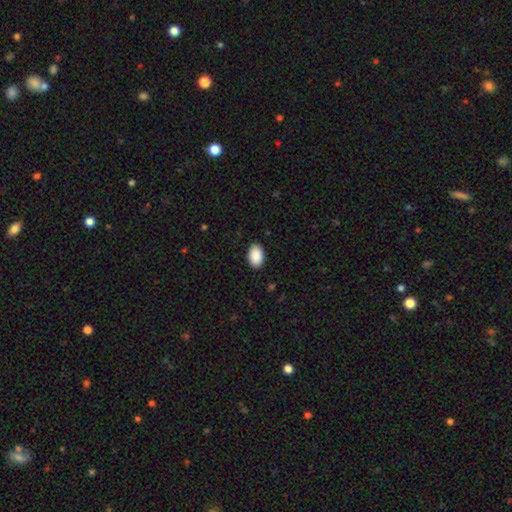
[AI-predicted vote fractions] A smooth galaxy with no disk features (91%) that is in between round and cigar-shaped (92%).

Vote fractions:
- Smooth or featured? smooth: 91% / star or artifact: 6% / featured or disk: 2%
- How rounded? in between: 92% / round: 7% / cigar-shaped: 1%
- Merging? none: 90% / minor disturbance: 8% / major disturbance: 2% / merger: 1%